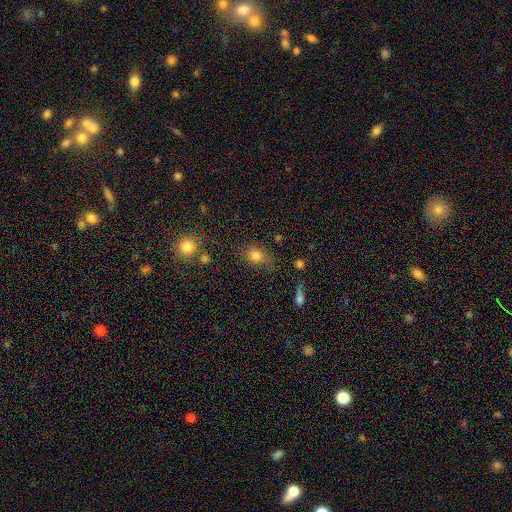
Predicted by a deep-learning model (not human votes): A smooth galaxy with no disk features (79%) that is round (50%).

Vote fractions:
- Smooth or featured? smooth: 79% / star or artifact: 13% / featured or disk: 8%
- How rounded? round: 50% / in between: 48% / cigar-shaped: 2%
- Merging? none: 64% / minor disturbance: 22% / major disturbance: 9% / merger: 5%